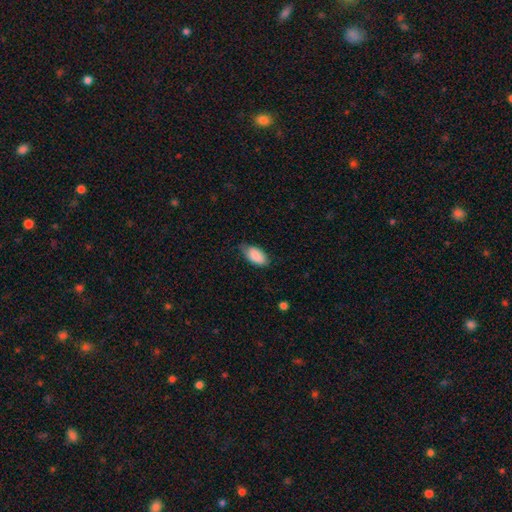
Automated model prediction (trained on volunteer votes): A smooth galaxy with no disk features (88%) that is in between round and cigar-shaped (93%).

Vote fractions:
- Smooth or featured? smooth: 88% / star or artifact: 6% / featured or disk: 6%
- How rounded? in between: 93% / cigar-shaped: 4% / round: 3%
- Merging? none: 62% / minor disturbance: 31% / major disturbance: 6% / merger: 1%